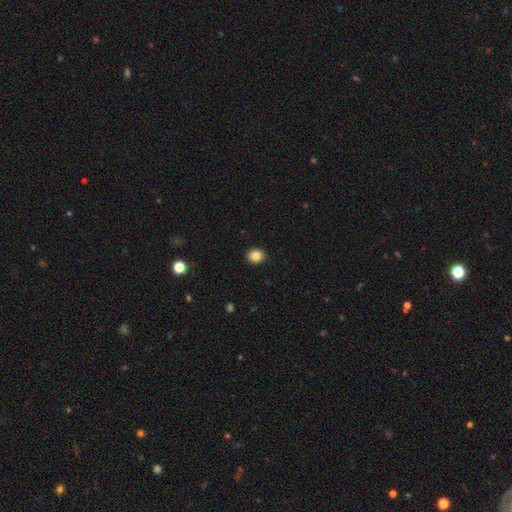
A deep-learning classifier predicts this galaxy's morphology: type=smooth (85%); roundness=round (66%); merging=none (92%).